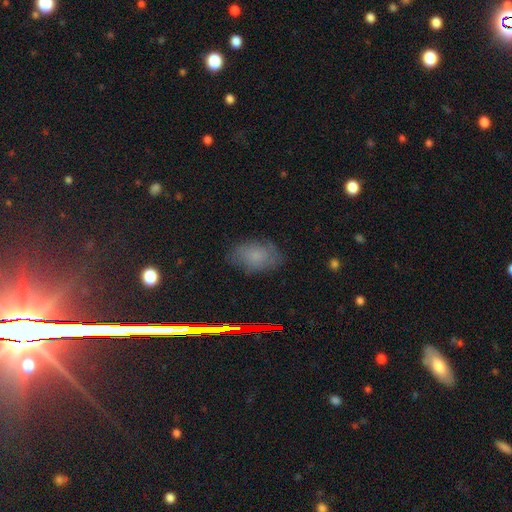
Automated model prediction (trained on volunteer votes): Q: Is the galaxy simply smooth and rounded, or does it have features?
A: smooth — 65%.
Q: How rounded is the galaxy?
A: in between — 83%.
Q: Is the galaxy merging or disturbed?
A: none — 75%.